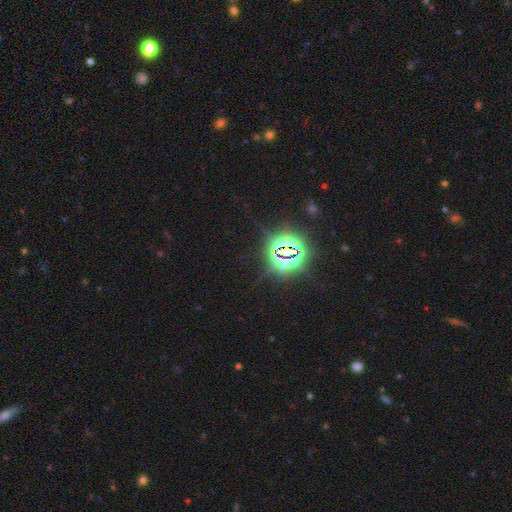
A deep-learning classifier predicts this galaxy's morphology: star or artifact 83%, smooth 11%, featured or disk 7%.